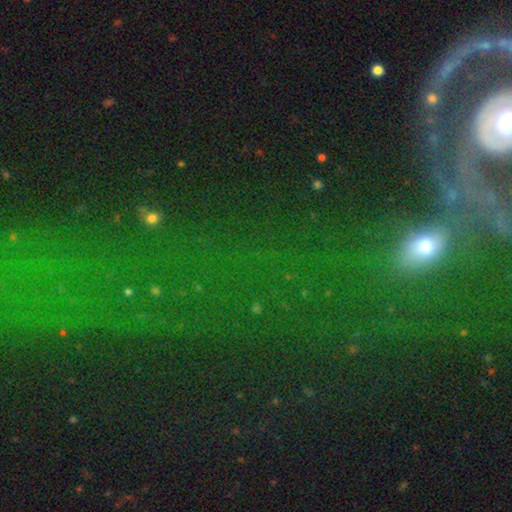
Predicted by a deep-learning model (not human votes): Smooth or featured? Predicted: star or artifact (p=0.41).